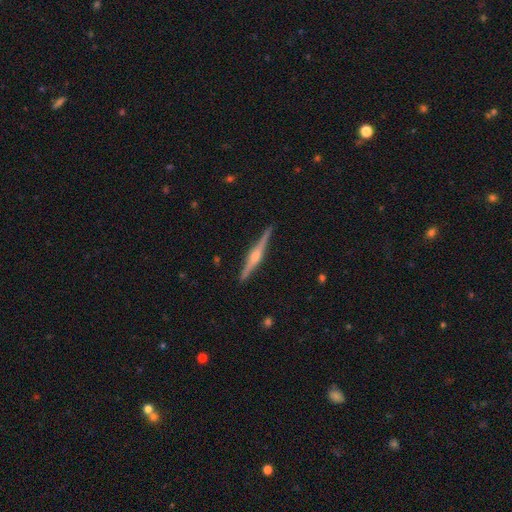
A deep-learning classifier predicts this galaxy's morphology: The model was most divided on "smooth or featured": featured or disk: 84%, smooth: 11%, star or artifact: 5%. More confident: edge-on disk — yes (98%); merging — none (92%); edge-on bulge — rounded (88%).